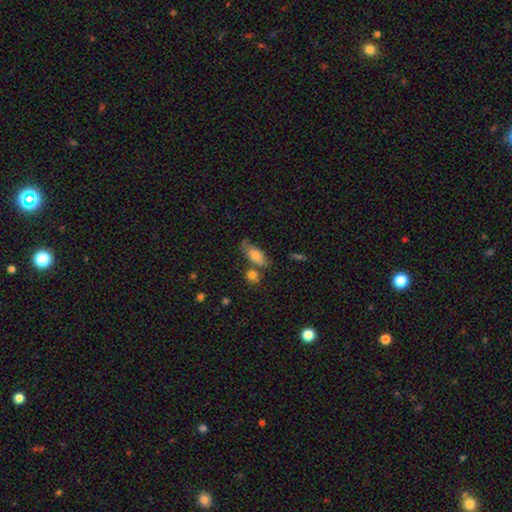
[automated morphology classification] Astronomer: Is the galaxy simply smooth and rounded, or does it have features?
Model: smooth — 74%.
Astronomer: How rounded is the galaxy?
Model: in between — 78%.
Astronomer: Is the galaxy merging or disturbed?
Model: none — 53%.